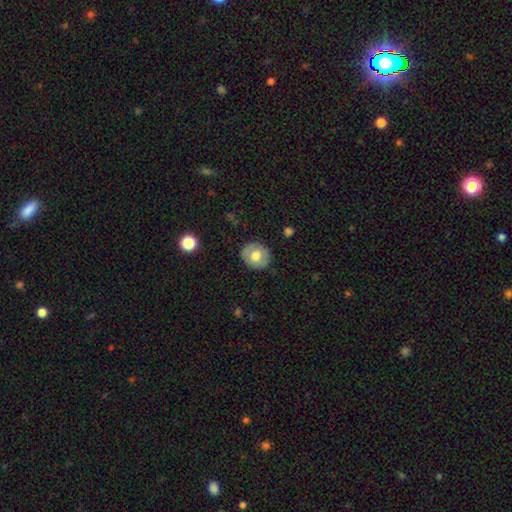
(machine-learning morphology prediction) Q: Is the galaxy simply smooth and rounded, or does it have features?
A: smooth — 69%.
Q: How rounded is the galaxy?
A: round — 81%.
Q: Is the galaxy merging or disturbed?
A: none — 87%.